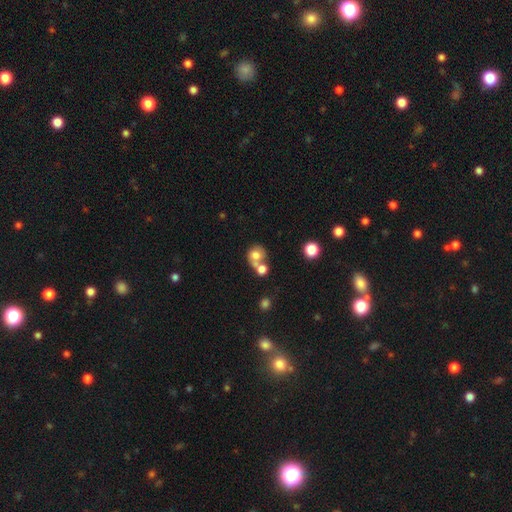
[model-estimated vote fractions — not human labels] smooth-or-featured: smooth: 70% | featured or disk: 19% | star or artifact: 11%
  how-rounded: round: 76% | in between: 23% | cigar-shaped: 1%
  merging: merger: 51% | none: 34% | minor disturbance: 9% | major disturbance: 6%